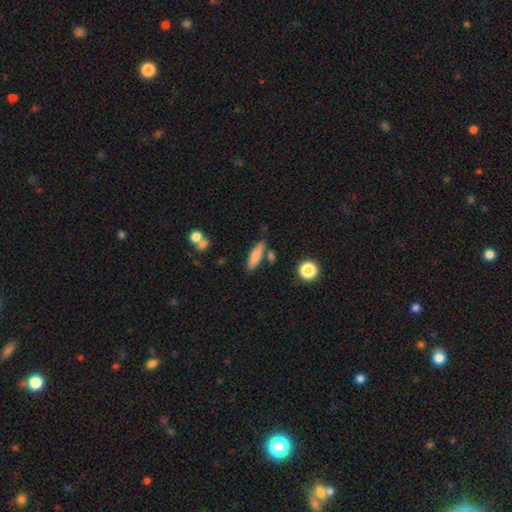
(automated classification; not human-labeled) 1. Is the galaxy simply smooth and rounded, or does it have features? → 79% smooth, 14% featured or disk, 8% star or artifact.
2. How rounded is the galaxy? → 65% cigar-shaped, 33% in between, 3% round.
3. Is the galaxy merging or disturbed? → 71% none, 14% minor disturbance, 11% merger, 4% major disturbance.